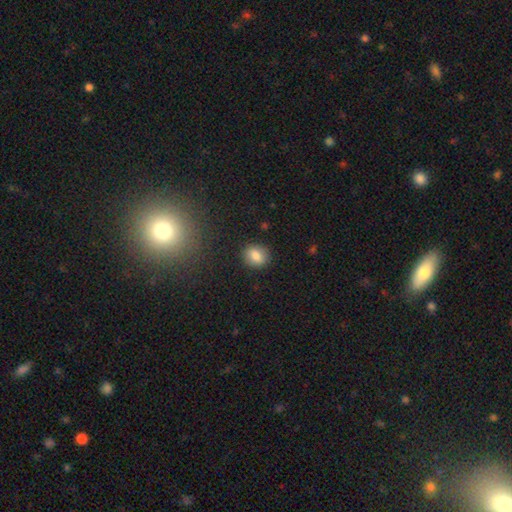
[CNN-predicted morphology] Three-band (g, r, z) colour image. It shows a smooth galaxy with no disk features (83%) that is round (61%). Merging: none (87%).